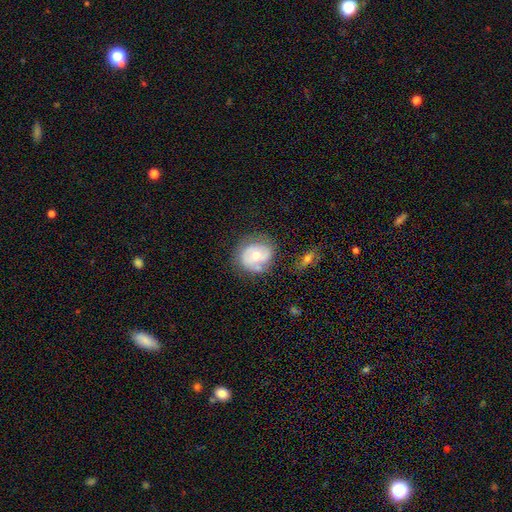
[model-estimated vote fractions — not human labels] Q: Smooth or featured?
A: featured or disk (53%); runner-up: smooth (40%)
Q: Edge-on disk?
A: no (97%); runner-up: yes (3%)
Q: Bar?
A: no (72%); runner-up: weak (23%)
Q: Spiral arms?
A: yes (57%); runner-up: no (43%)
Q: Bulge size?
A: moderate (74%); runner-up: small (19%)
Q: Merging?
A: none (60%); runner-up: minor disturbance (23%)